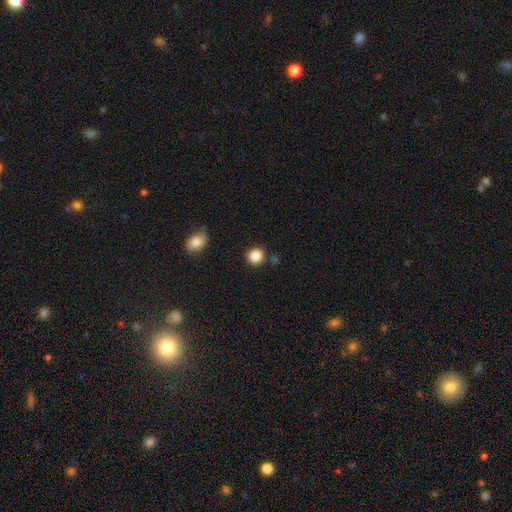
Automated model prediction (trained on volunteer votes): A smooth galaxy with no disk features (87%) that is round (89%).

Vote fractions:
- Smooth or featured? smooth: 87% / star or artifact: 10% / featured or disk: 3%
- How rounded? round: 89% / in between: 10% / cigar-shaped: 1%
- Merging? none: 84% / minor disturbance: 9% / merger: 4% / major disturbance: 3%